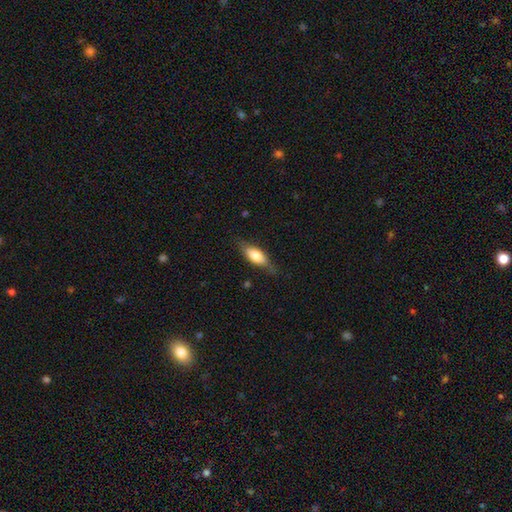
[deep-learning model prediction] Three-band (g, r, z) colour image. It shows a smooth galaxy with no disk features (66%) that is in between round and cigar-shaped (71%). Merging: none (73%).